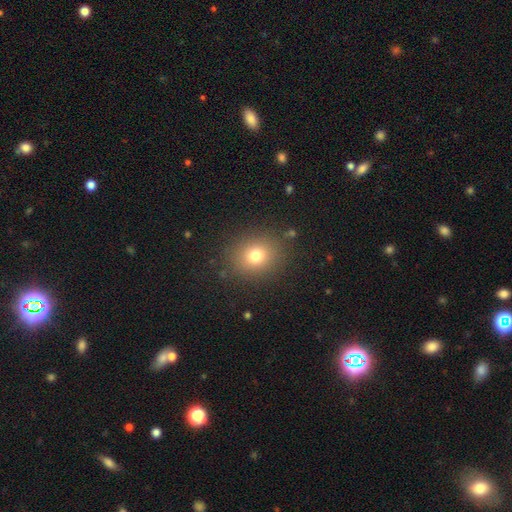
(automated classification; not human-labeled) Morphology: type=smooth (76%); roundness=round (75%); merging=none (86%).